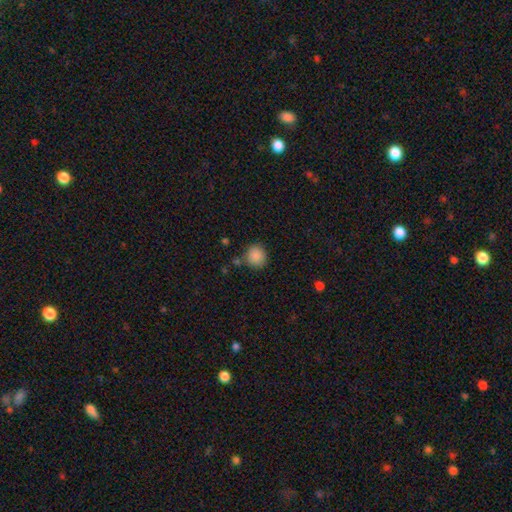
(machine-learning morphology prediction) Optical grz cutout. It shows a smooth galaxy with no disk features (87%) that is round (88%). Merging: none (79%).